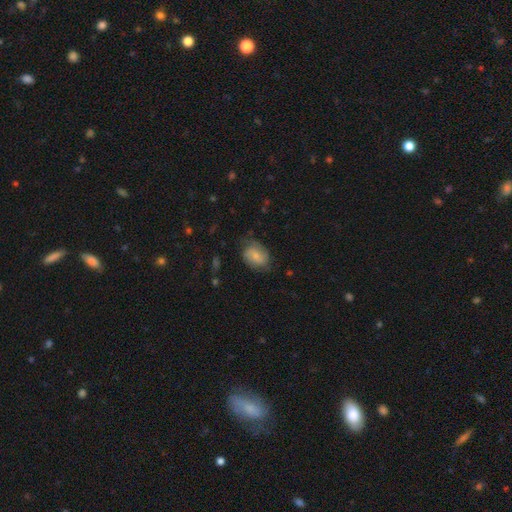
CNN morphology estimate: type=smooth (58%); roundness=in between (63%); merging=none (63%).